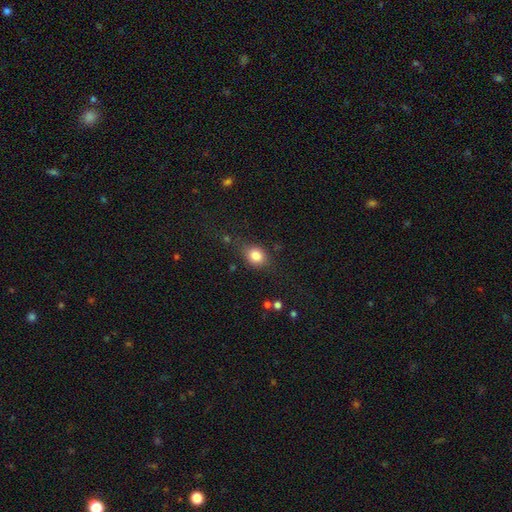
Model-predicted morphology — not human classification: A smooth galaxy with no disk features (83%) that is round (51%). Merging: none (73%).